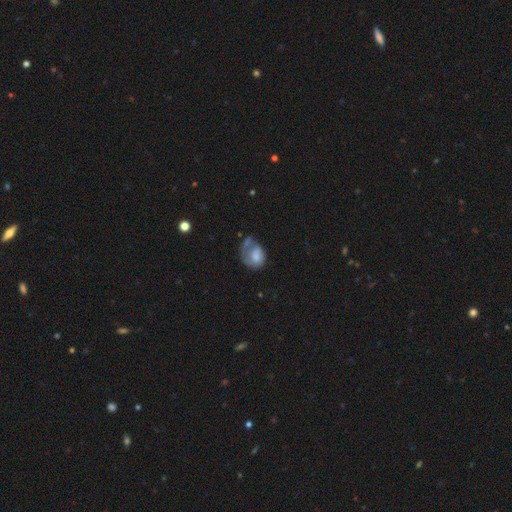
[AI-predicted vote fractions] Smooth or featured: smooth — 51% (featured or disk — 41%)
How rounded: in between — 57% (round — 41%)
Merging: major disturbance — 40% (none — 29%)